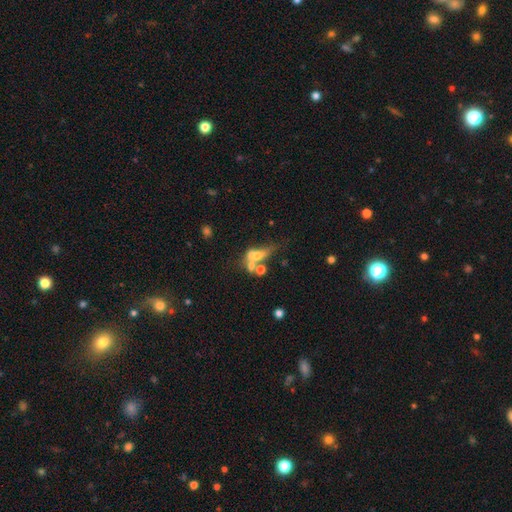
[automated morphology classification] Smooth or featured: smooth — 47% (featured or disk — 37%)
Merging: merger — 49% (none — 22%)